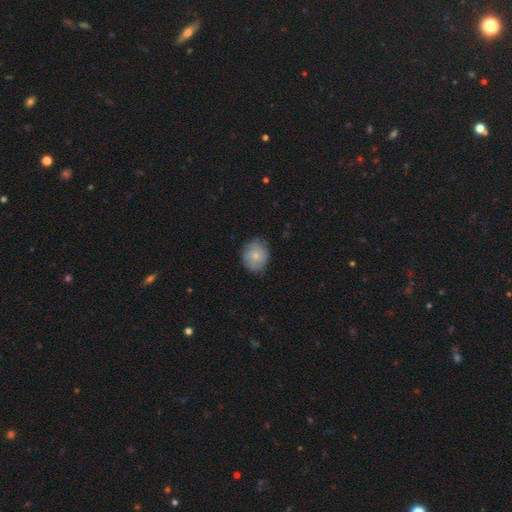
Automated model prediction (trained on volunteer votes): Q: Smooth or featured?
A: smooth (76%); runner-up: featured or disk (17%)
Q: How rounded?
A: round (68%); runner-up: in between (31%)
Q: Merging?
A: none (73%); runner-up: minor disturbance (22%)